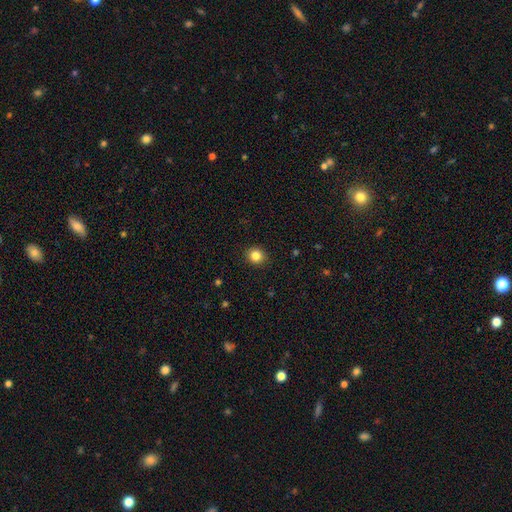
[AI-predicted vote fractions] Morphology: type=smooth (84%); roundness=round (83%); merging=none (91%).